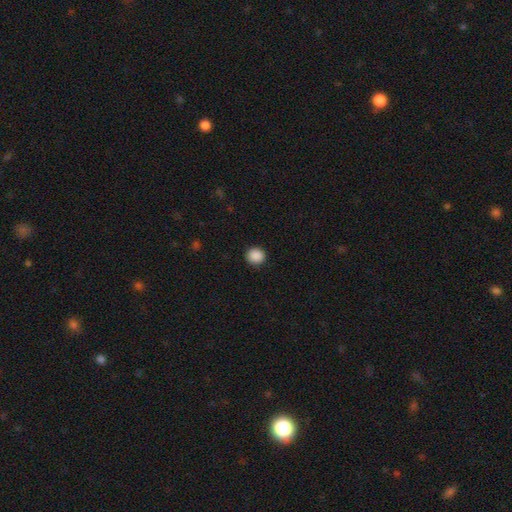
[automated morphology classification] smooth 89%, star or artifact 9%, featured or disk 2%. Down the decision tree: how rounded — round (92%); merging — none (92%).